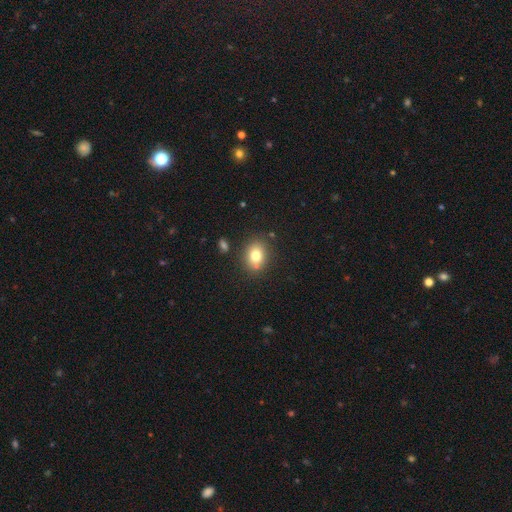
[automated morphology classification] smooth 77%, featured or disk 12%, star or artifact 11%. Down the decision tree: how rounded — in between (54%); merging — none (81%).